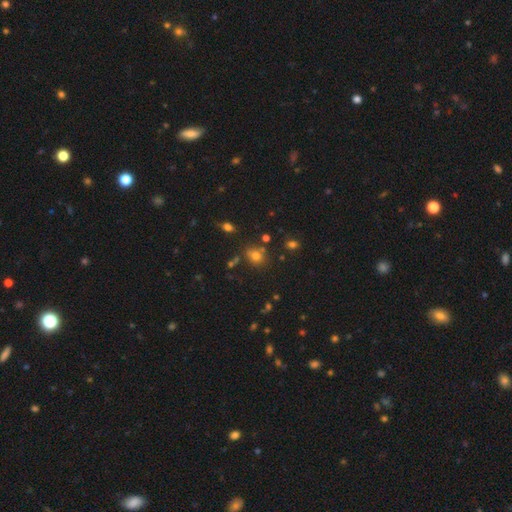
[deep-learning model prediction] Overall: smooth (71%). How rounded: round (63%; in between 36%). Merging: none (69%).